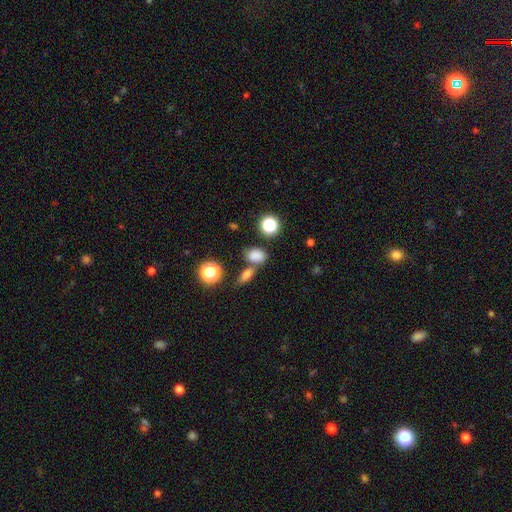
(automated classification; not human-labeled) smooth-or-featured: smooth: 80% | star or artifact: 14% | featured or disk: 6%
  how-rounded: in between: 73% | round: 25% | cigar-shaped: 2%
  merging: none: 57% | merger: 26% | minor disturbance: 12% | major disturbance: 5%